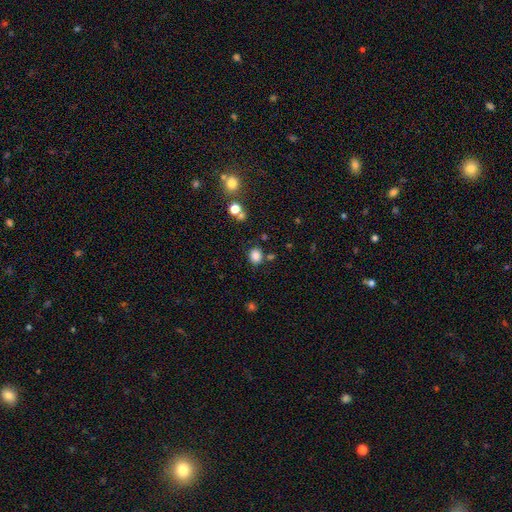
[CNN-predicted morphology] Smooth or featured?
  - smooth: 83% *
  - star or artifact: 12%
  - featured or disk: 5%
How rounded?
  - round: 57% *
  - in between: 42%
  - cigar-shaped: 1%
Merging?
  - none: 78% *
  - minor disturbance: 12%
  - merger: 6%
  - major disturbance: 4%